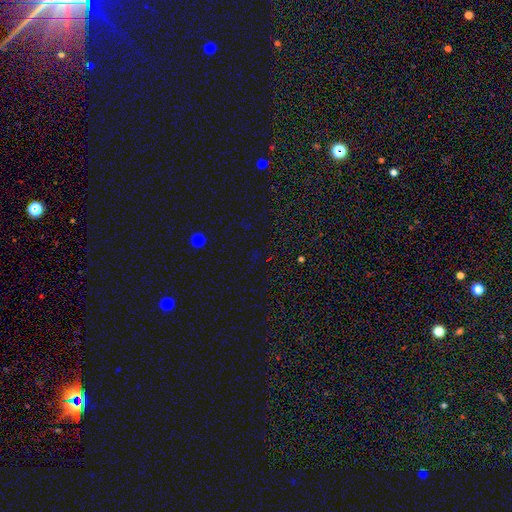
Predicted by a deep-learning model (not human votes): This appears to be a star or artifact, not a galaxy (67%).